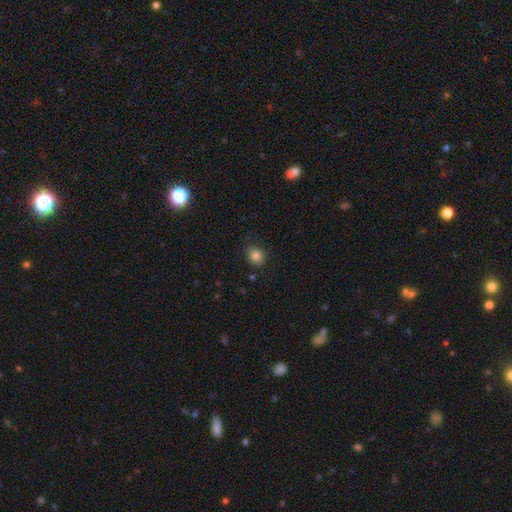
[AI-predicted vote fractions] smooth_or_featured: smooth (p=0.84) [alt: star or artifact p=0.11]
how_rounded: round (p=0.65) [alt: in between p=0.34]
merging: none (p=0.82) [alt: minor disturbance p=0.13]